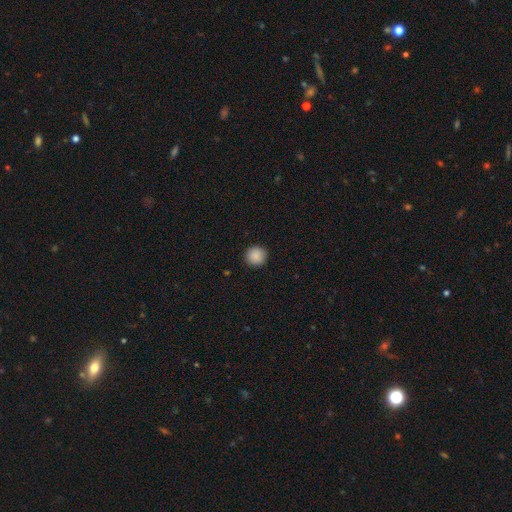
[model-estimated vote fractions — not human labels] The model was most divided on "smooth or featured": smooth: 89%, star or artifact: 8%, featured or disk: 2%. More confident: how rounded — round (94%); merging — none (92%).